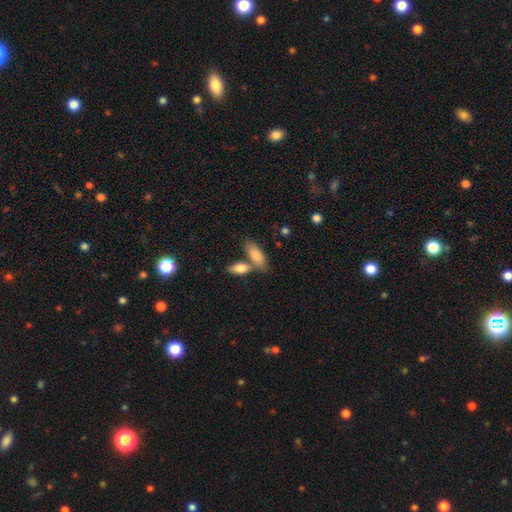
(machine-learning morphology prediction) A smooth galaxy with no disk features (83%) that is in between round and cigar-shaped (81%). Merging: none (49%).